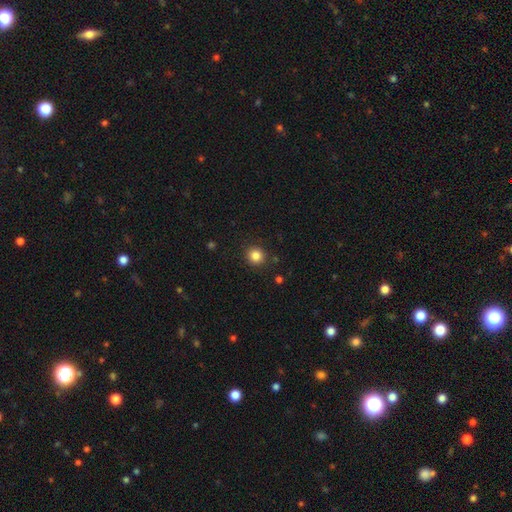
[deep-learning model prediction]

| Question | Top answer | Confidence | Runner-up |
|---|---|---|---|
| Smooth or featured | smooth | 84% | star or artifact (11%) |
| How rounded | round | 90% | in between (9%) |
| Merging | none | 90% | minor disturbance (6%) |